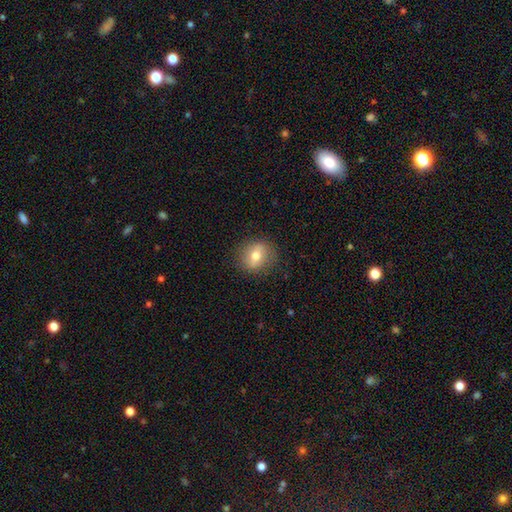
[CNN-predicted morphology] Smooth or featured? smooth (63%)
How rounded? round (71%)
Merging? none (84%)